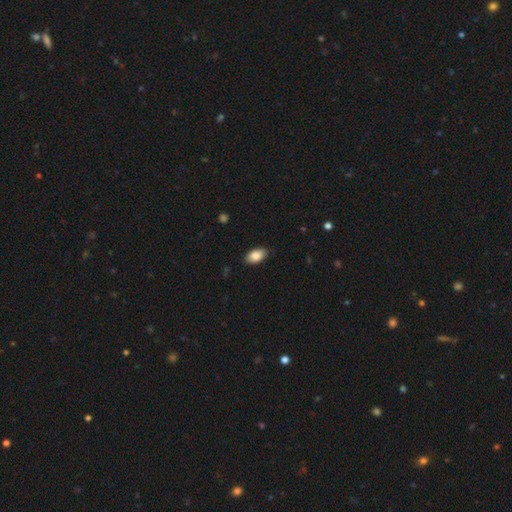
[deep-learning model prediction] A smooth galaxy with no disk features (86%) that is in between round and cigar-shaped (94%). Merging: none (86%).